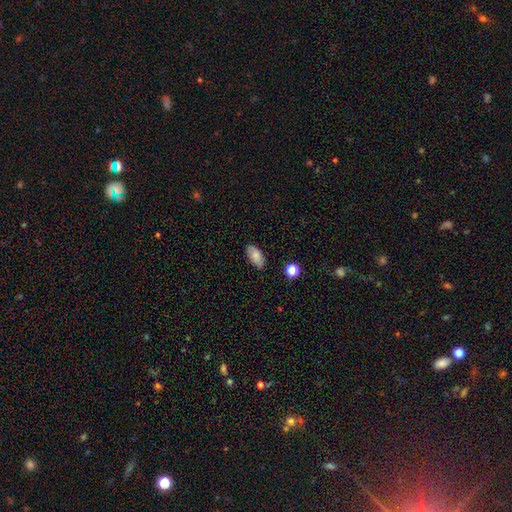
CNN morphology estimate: Smooth or featured?
  - smooth: 80% *
  - featured or disk: 12%
  - star or artifact: 8%
How rounded?
  - in between: 93% *
  - round: 3%
  - cigar-shaped: 3%
Merging?
  - none: 85% *
  - minor disturbance: 12%
  - major disturbance: 2%
  - merger: 1%